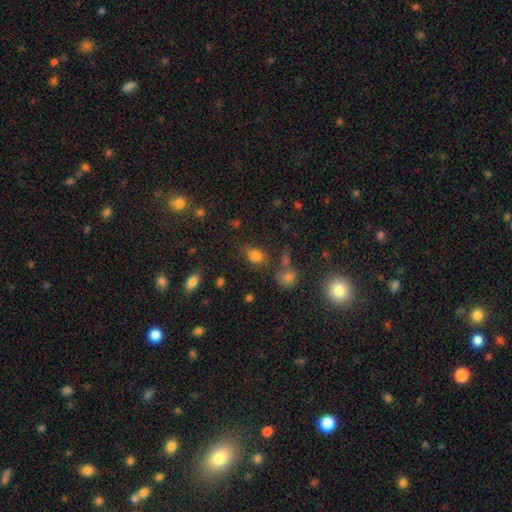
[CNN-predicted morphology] A smooth galaxy with no disk features (79%) that is in between round and cigar-shaped (70%).

Vote fractions:
- Smooth or featured? smooth: 79% / star or artifact: 14% / featured or disk: 7%
- How rounded? in between: 70% / round: 28% / cigar-shaped: 2%
- Merging? none: 70% / minor disturbance: 15% / merger: 10% / major disturbance: 6%